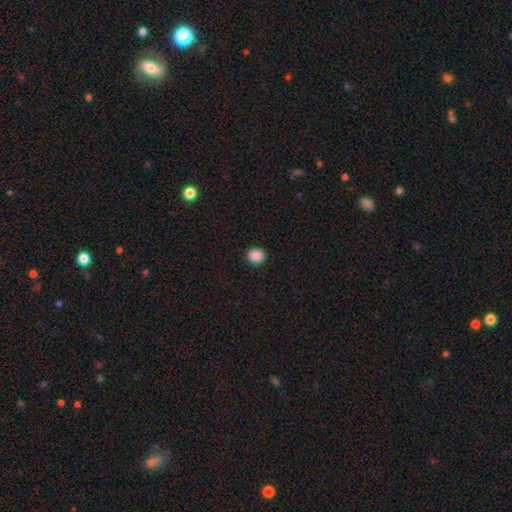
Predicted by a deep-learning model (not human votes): Smooth or featured?
  - smooth: 88% *
  - star or artifact: 9%
  - featured or disk: 2%
How rounded?
  - round: 83% *
  - in between: 16%
  - cigar-shaped: 1%
Merging?
  - none: 92% *
  - minor disturbance: 5%
  - major disturbance: 2%
  - merger: 1%